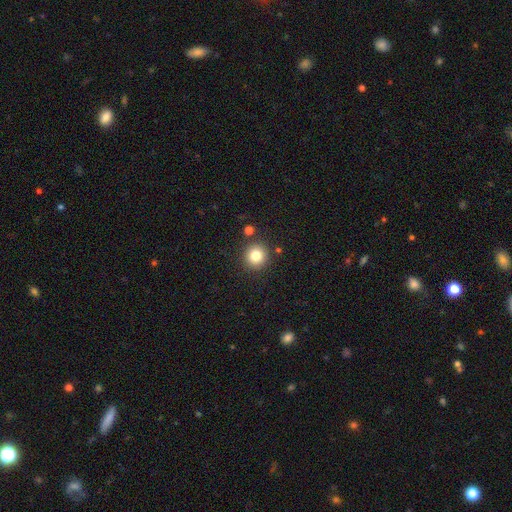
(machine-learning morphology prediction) smooth-or-featured: smooth: 82% | star or artifact: 11% | featured or disk: 7%
  how-rounded: round: 93% | in between: 6% | cigar-shaped: 1%
  merging: none: 87% | minor disturbance: 7% | merger: 4% | major disturbance: 2%